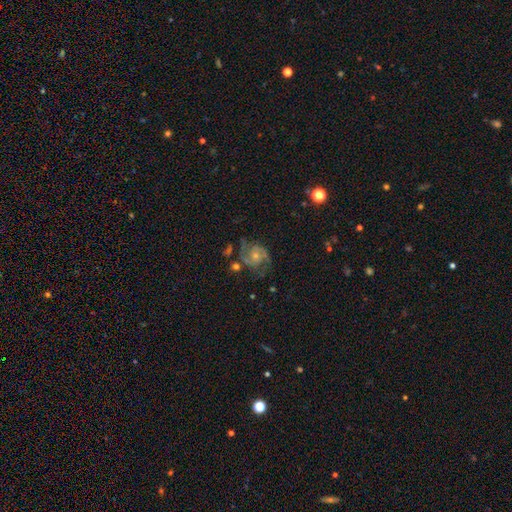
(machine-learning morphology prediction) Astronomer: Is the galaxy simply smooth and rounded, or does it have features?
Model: featured or disk — 85%.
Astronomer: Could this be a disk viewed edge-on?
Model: no — 98%.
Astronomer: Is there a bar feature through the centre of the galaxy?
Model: no — 69%.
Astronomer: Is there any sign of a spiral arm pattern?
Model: yes — 96%.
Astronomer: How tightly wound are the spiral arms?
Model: medium — 53% (runner-up: tight, 29%).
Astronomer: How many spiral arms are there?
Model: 2 — 85%.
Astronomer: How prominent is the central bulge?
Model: small — 56% (runner-up: moderate, 36%).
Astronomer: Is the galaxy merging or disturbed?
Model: none — 62%.